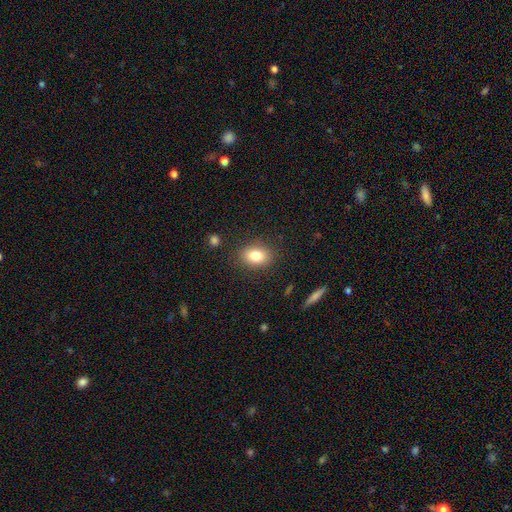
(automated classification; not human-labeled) Smooth or featured? smooth (81%)
How rounded? in between (73%)
Merging? none (85%)